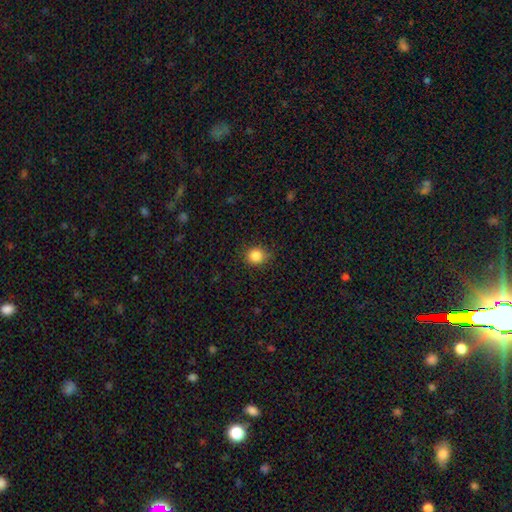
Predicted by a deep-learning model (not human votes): Smooth or featured? smooth (84%)
How rounded? round (80%)
Merging? none (83%)